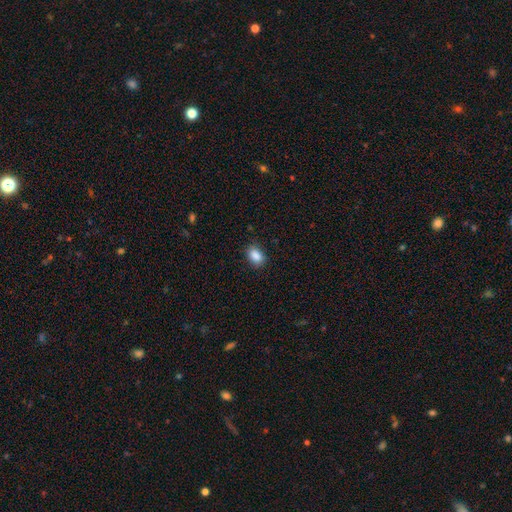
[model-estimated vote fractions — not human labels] A smooth galaxy with no disk features (88%) that is in between round and cigar-shaped (81%).

Vote fractions:
- Smooth or featured? smooth: 88% / star or artifact: 8% / featured or disk: 4%
- How rounded? in between: 81% / round: 17% / cigar-shaped: 1%
- Merging? none: 84% / minor disturbance: 12% / major disturbance: 3% / merger: 1%